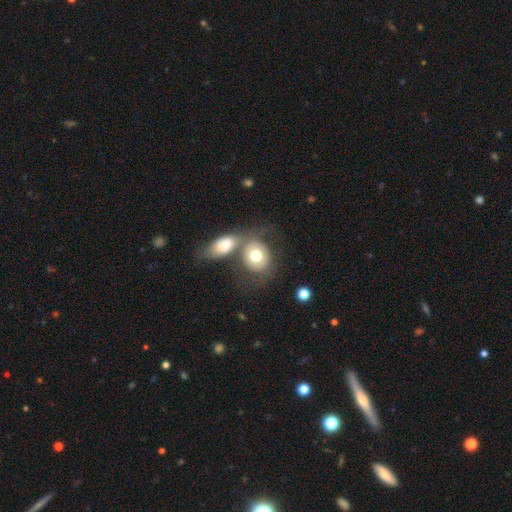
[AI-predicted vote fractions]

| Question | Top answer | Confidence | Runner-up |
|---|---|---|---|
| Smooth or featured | smooth | 69% | featured or disk (24%) |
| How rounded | round | 59% | in between (39%) |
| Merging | merger | 42% | none (38%) |